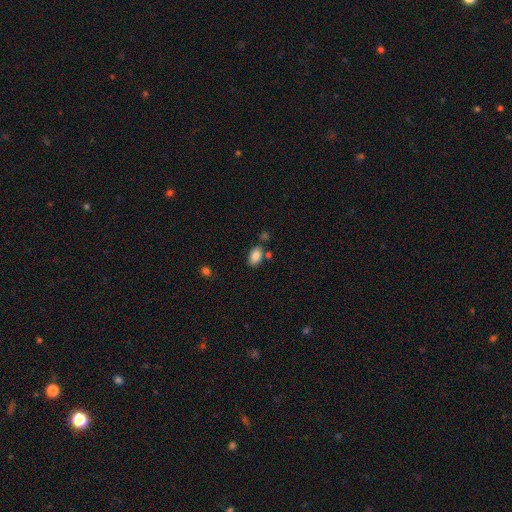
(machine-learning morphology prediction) Smooth or featured: smooth — 86% (star or artifact — 8%)
How rounded: in between — 90% (round — 9%)
Merging: none — 74% (minor disturbance — 14%)